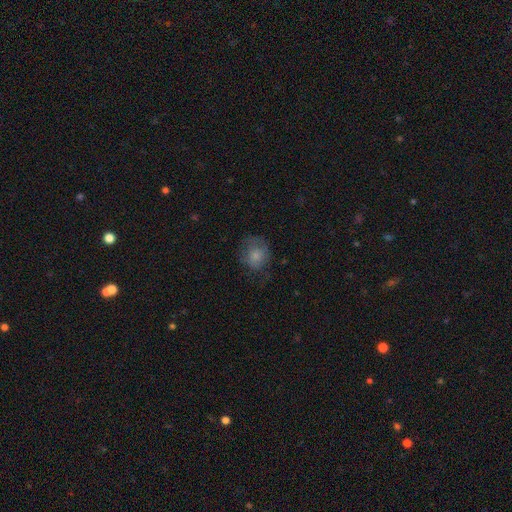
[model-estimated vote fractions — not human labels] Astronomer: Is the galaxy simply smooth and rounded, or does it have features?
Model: smooth — 75%.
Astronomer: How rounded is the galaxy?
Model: round — 72%.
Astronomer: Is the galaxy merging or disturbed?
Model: none — 56%.